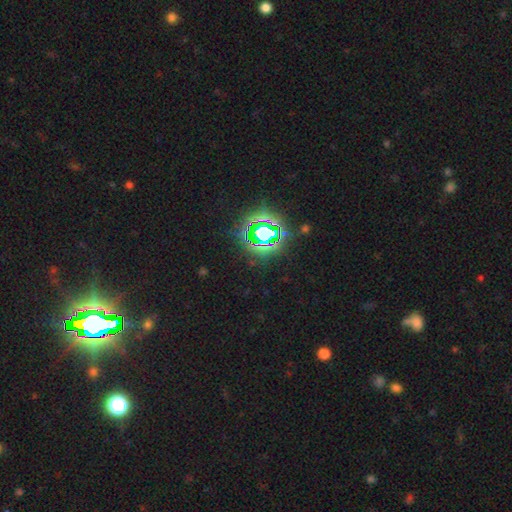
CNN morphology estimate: The model was most divided on "smooth or featured": star or artifact: 82%, smooth: 11%, featured or disk: 7%.